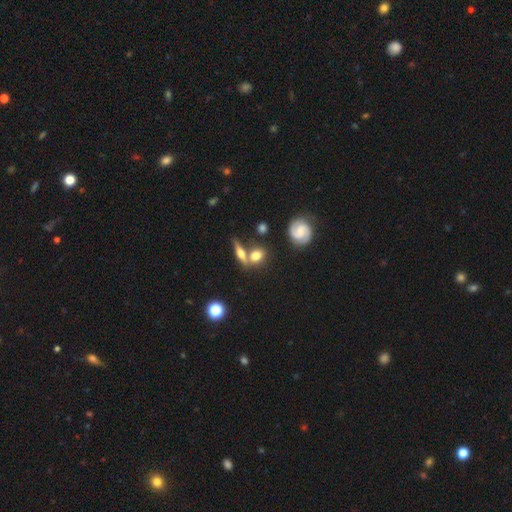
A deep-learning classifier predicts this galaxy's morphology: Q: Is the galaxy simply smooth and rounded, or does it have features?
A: smooth — 54%.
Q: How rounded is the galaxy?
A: in between — 45%.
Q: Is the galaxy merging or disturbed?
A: none — 59%.